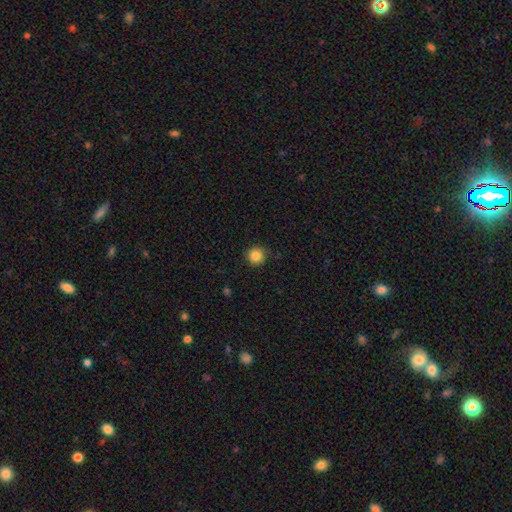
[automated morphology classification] Smooth or featured?
  - smooth: 86% *
  - star or artifact: 10%
  - featured or disk: 4%
How rounded?
  - round: 94% *
  - in between: 5%
  - cigar-shaped: 1%
Merging?
  - none: 88% *
  - minor disturbance: 9%
  - major disturbance: 2%
  - merger: 1%